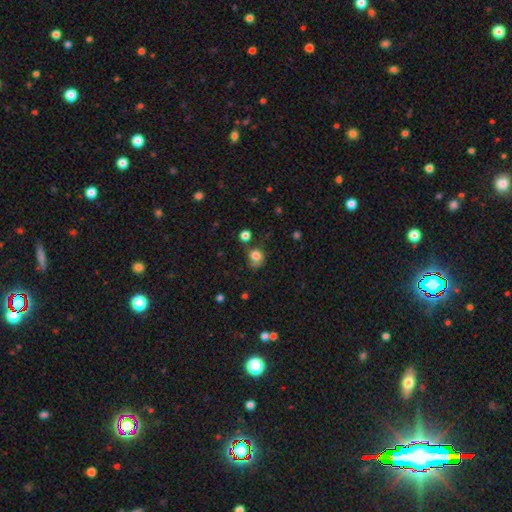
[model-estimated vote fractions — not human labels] Q: Smooth or featured?
A: smooth (80%); runner-up: star or artifact (12%)
Q: How rounded?
A: round (75%); runner-up: in between (24%)
Q: Merging?
A: none (52%); runner-up: minor disturbance (25%)